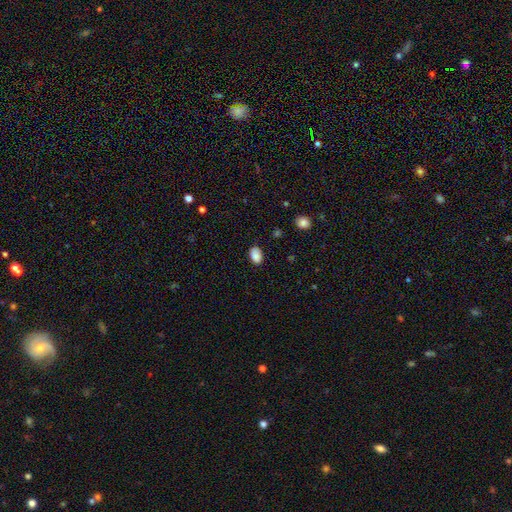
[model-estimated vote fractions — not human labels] A smooth galaxy with no disk features (87%) that is in between round and cigar-shaped (86%). Merging: none (80%).